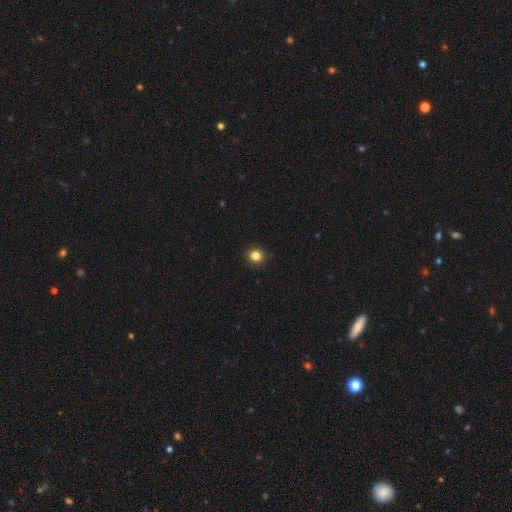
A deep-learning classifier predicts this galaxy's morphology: Smooth or featured? smooth (84%)
How rounded? round (93%)
Merging? none (93%)